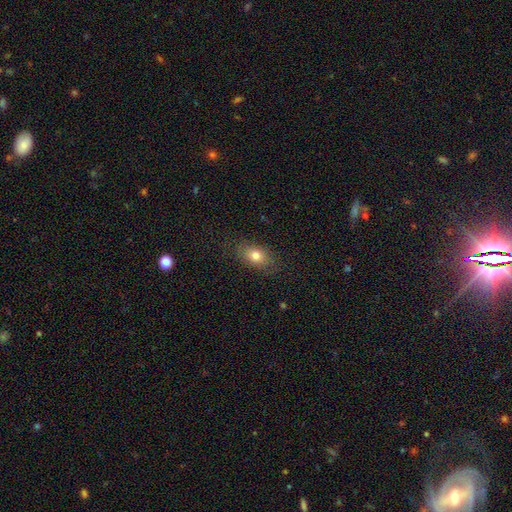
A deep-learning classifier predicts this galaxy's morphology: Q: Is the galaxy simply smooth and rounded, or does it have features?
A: smooth — 78%.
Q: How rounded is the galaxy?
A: in between — 81%.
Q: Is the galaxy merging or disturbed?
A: none — 82%.